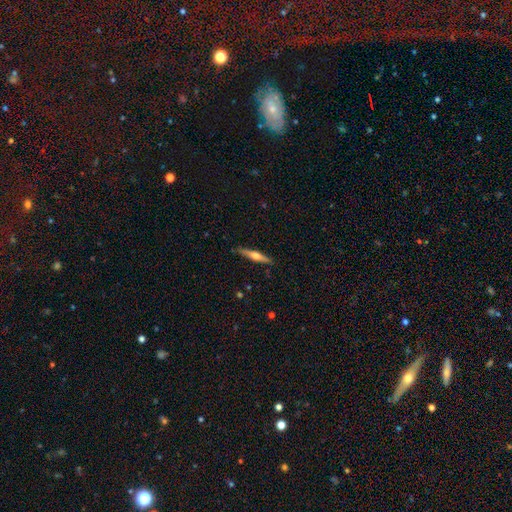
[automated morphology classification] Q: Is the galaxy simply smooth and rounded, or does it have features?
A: featured or disk — 59%.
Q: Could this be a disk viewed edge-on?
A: yes — 96%.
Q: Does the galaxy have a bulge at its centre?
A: rounded — 90%.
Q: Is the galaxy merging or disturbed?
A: none — 86%.